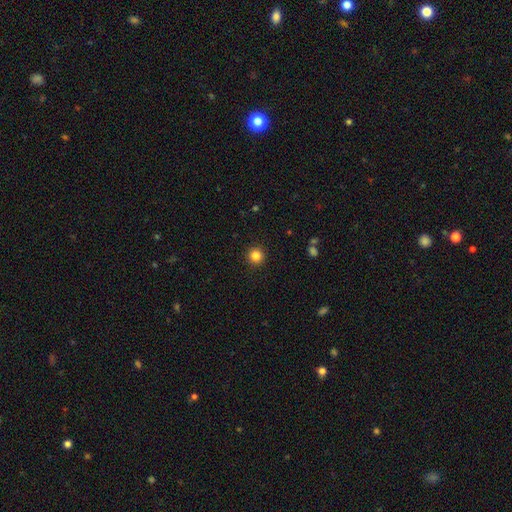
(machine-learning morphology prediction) smooth_or_featured: smooth (p=0.84) [alt: star or artifact p=0.12]
how_rounded: round (p=0.95) [alt: in between p=0.04]
merging: none (p=0.92) [alt: minor disturbance p=0.05]